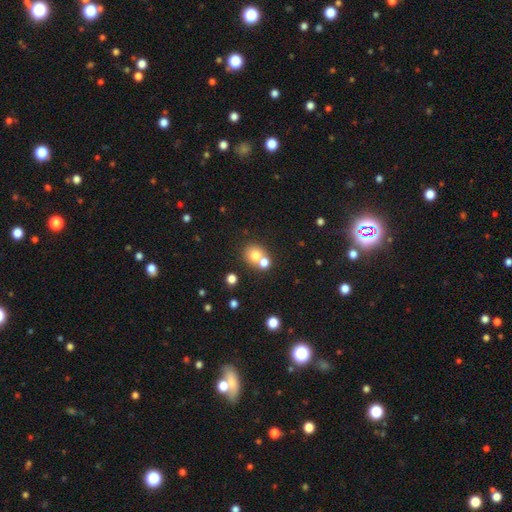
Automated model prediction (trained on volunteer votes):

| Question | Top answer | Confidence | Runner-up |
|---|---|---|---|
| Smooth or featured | smooth | 75% | featured or disk (13%) |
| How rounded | round | 79% | in between (20%) |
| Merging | none | 45% | merger (44%) |